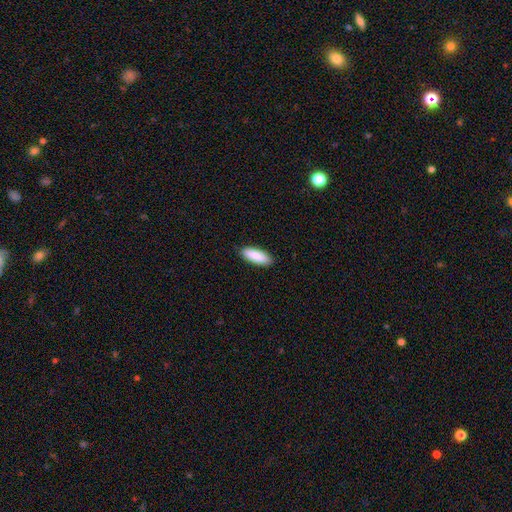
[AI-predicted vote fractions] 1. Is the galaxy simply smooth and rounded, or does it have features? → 90% smooth, 6% star or artifact, 4% featured or disk.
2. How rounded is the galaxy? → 70% in between, 28% cigar-shaped, 2% round.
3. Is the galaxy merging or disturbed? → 90% none, 8% minor disturbance, 2% major disturbance, 1% merger.